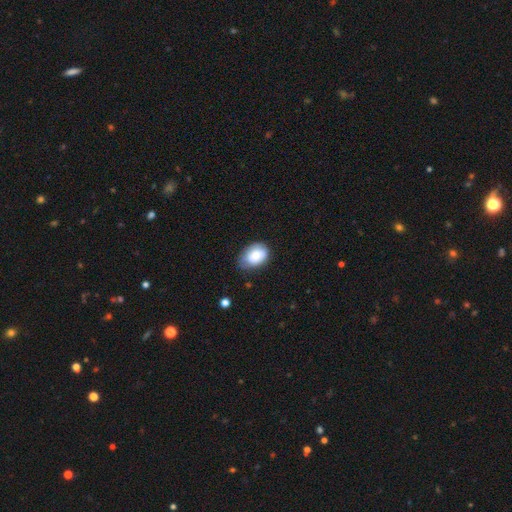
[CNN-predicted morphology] The model was most divided on "merging": none: 61%, minor disturbance: 30%, major disturbance: 6%, merger: 2%. More confident: how rounded — in between (77%); smooth or featured — smooth (76%).